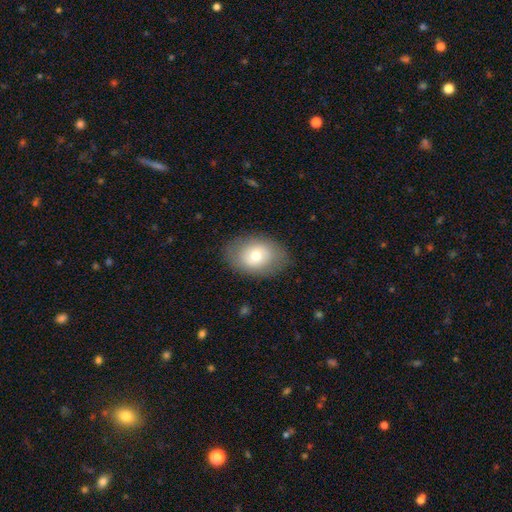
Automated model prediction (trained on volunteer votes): smooth 70%, featured or disk 22%, star or artifact 8%. Down the decision tree: how rounded — in between (77%); merging — none (82%).